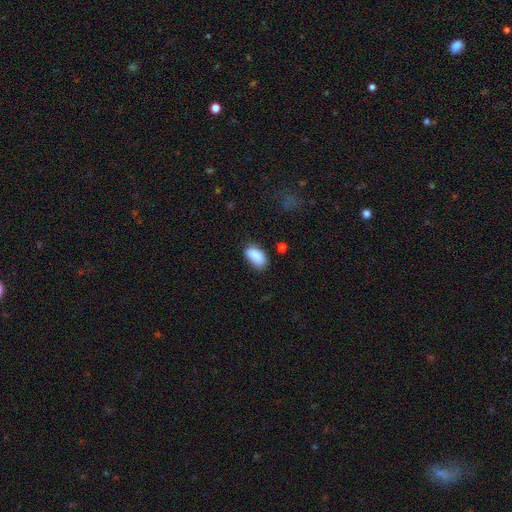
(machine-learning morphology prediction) type=smooth (88%); roundness=in between (93%); merging=none (72%).